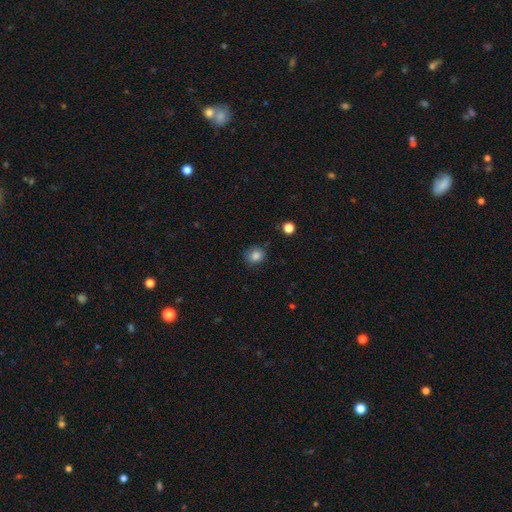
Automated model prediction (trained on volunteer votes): Overall: smooth (84%). How rounded: round (79%). Merging: none (77%).